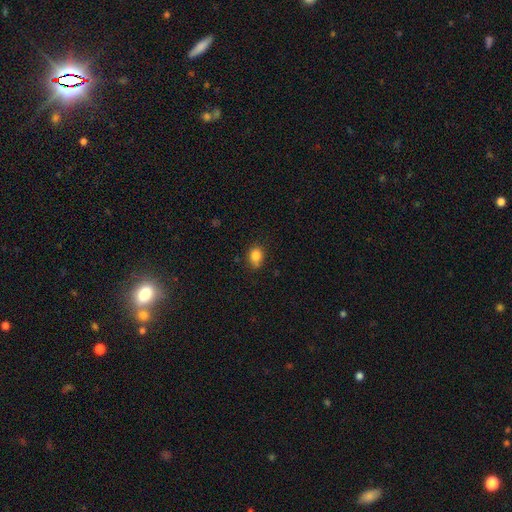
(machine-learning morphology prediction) A smooth galaxy with no disk features (83%) that is in between round and cigar-shaped (59%). Merging: none (71%).